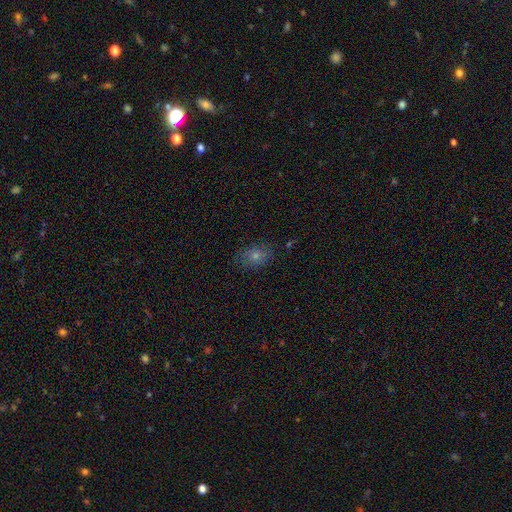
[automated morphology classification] This appears to be a smooth galaxy with no disk features (58%) that is in between round and cigar-shaped (62%). Merging: none (81%).